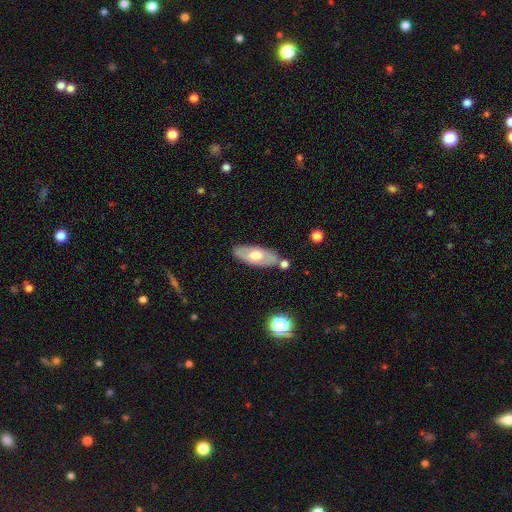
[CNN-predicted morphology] Smooth or featured? smooth (55%)
How rounded? in between (83%)
Merging? none (75%)